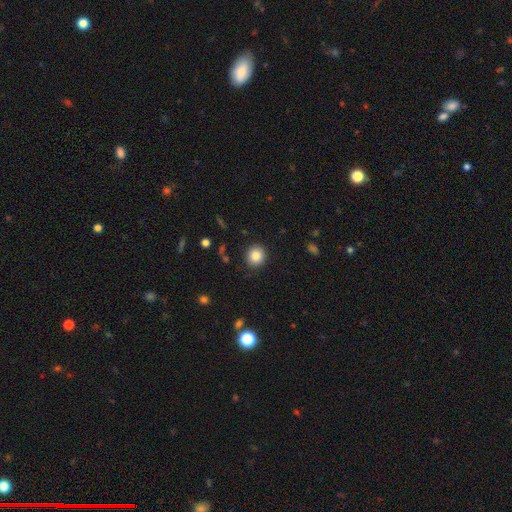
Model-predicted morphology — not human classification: smooth_or_featured: smooth (p=0.84) [alt: star or artifact p=0.10]
how_rounded: round (p=0.86) [alt: in between p=0.13]
merging: none (p=0.88) [alt: minor disturbance p=0.08]